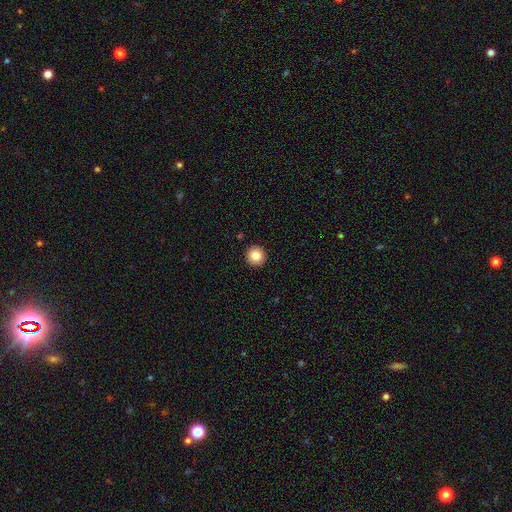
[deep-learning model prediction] smooth_or_featured: smooth (p=0.84) [alt: star or artifact p=0.09]
how_rounded: round (p=0.96) [alt: in between p=0.03]
merging: none (p=0.93) [alt: minor disturbance p=0.04]